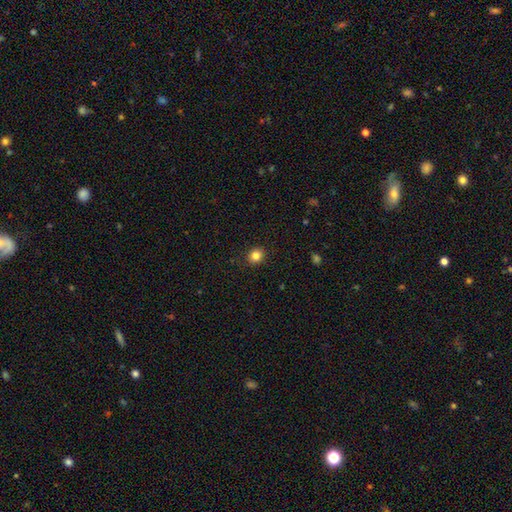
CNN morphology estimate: smooth 84%, star or artifact 11%, featured or disk 5%. Down the decision tree: how rounded — round (79%); merging — none (90%).